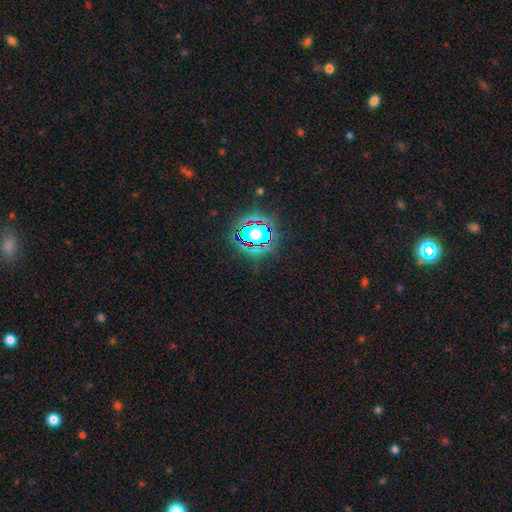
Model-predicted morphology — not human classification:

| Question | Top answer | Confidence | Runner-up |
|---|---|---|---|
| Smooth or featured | star or artifact | 82% | smooth (11%) |